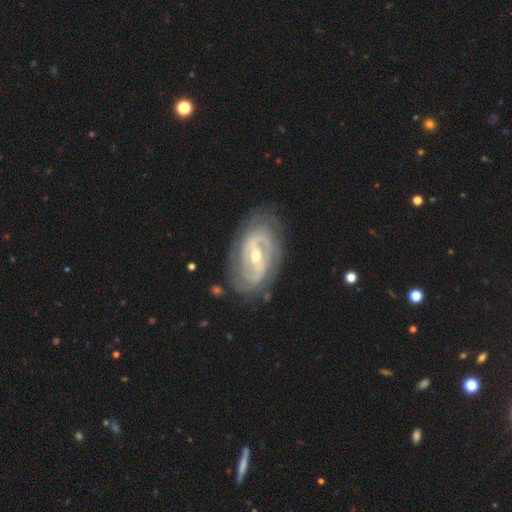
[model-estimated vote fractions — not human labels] Overall: featured or disk (88%). Edge-on disk: no (95%). Bar: strong (46%; weak 38%). Spiral arms: yes (93%). Spiral arm count: 2 (57%; can't tell 21%). Spiral winding: tight (60%; medium 31%). Bulge size: moderate (55%; small 41%). Merging: none (77%).